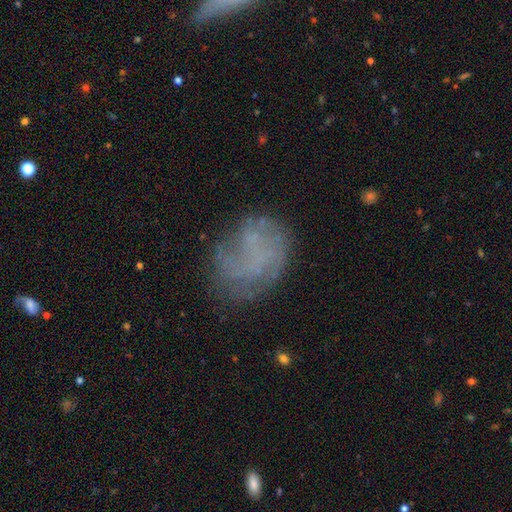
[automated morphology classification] This is possibly a featured or disk galaxy (49%). Merging: likely none (62%).